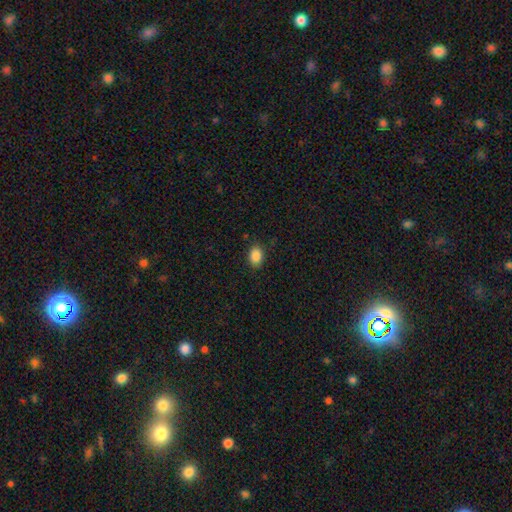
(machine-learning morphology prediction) This is clearly a smooth galaxy (88%). How rounded: likely in between (77%). Merging: clearly none (87%).